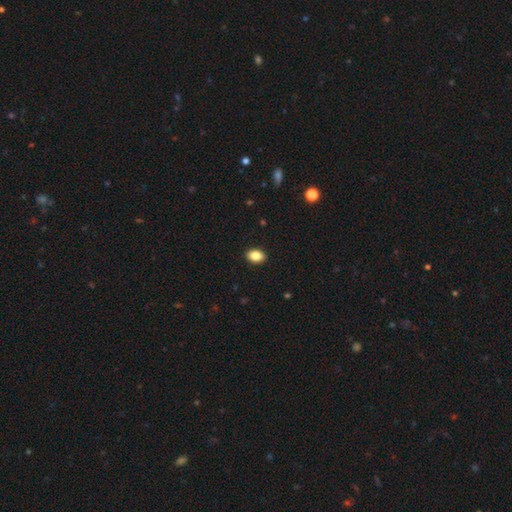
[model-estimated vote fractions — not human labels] This is clearly a smooth galaxy (86%). How rounded: clearly in between (82%). Merging: clearly none (91%).